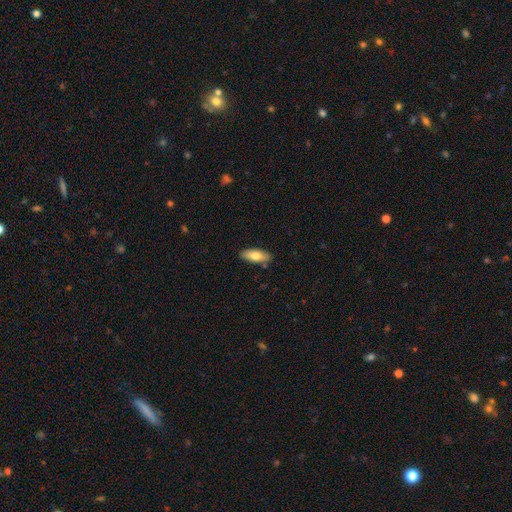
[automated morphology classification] Smooth or featured? Predicted: smooth (p=0.75). How rounded? Predicted: in between (p=0.76). Merging? Predicted: none (p=0.84).